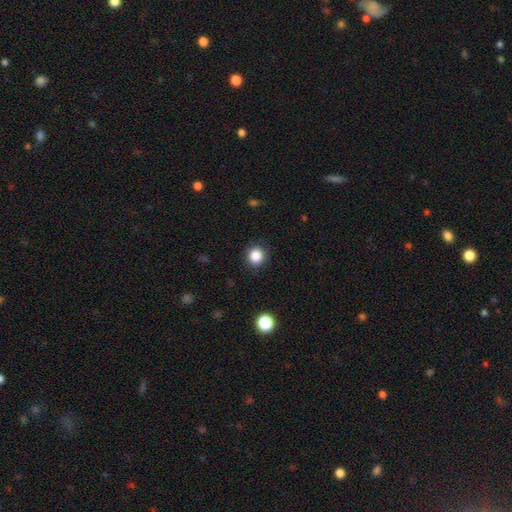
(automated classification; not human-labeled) Smooth or featured? Predicted: smooth (p=0.85). How rounded? Predicted: round (p=0.90). Merging? Predicted: none (p=0.90).